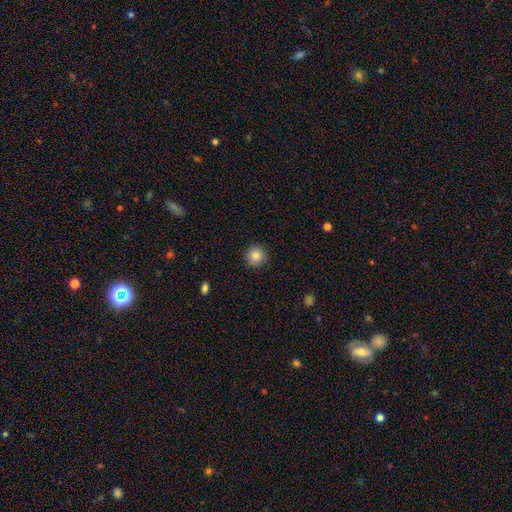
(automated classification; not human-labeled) Smooth or featured?
  - smooth: 86% *
  - star or artifact: 10%
  - featured or disk: 5%
How rounded?
  - round: 94% *
  - in between: 5%
  - cigar-shaped: 1%
Merging?
  - none: 91% *
  - minor disturbance: 6%
  - major disturbance: 2%
  - merger: 1%